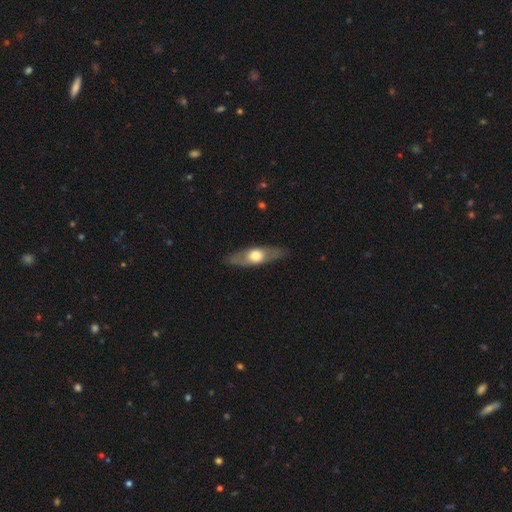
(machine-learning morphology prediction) Smooth or featured? Predicted: featured or disk (p=0.52). Edge-on disk? Predicted: yes (p=0.64). Merging? Predicted: none (p=0.85).